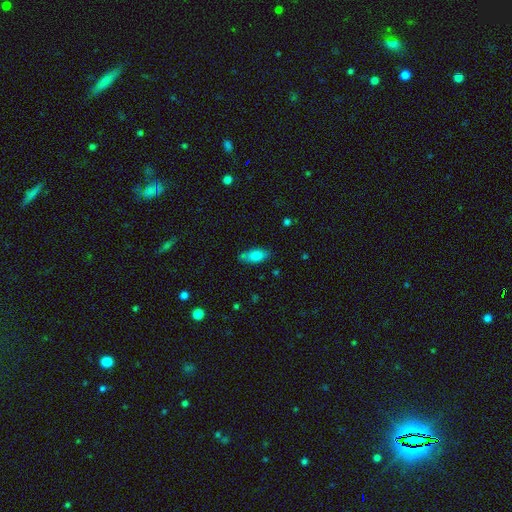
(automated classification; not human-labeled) Smooth or featured: smooth — 82% (featured or disk — 9%)
How rounded: in between — 86% (cigar-shaped — 10%)
Merging: none — 67% (minor disturbance — 19%)